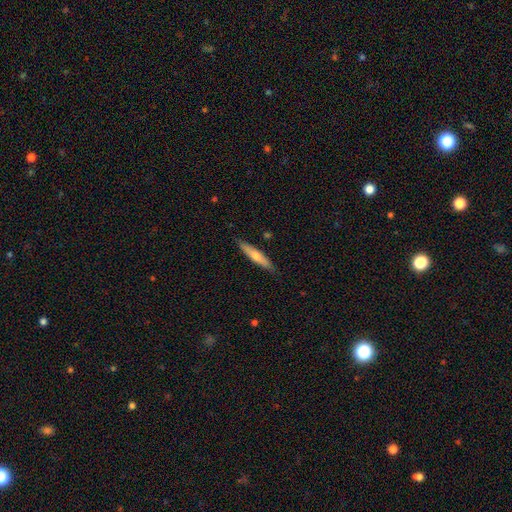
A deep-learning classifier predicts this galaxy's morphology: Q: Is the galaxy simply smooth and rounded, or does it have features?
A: smooth — 58%.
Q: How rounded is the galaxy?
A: cigar-shaped — 88%.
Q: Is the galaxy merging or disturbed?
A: none — 88%.